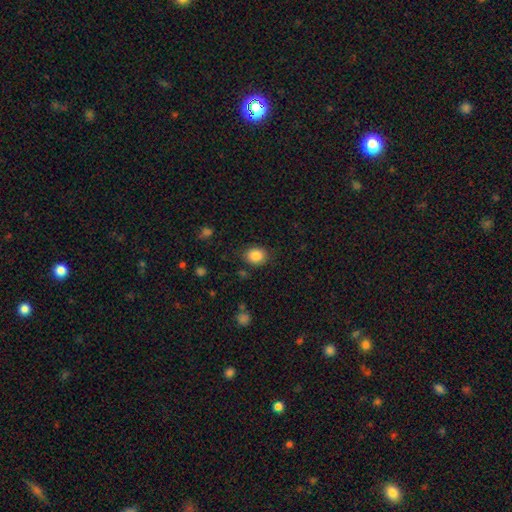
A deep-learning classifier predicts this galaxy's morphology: The model was most divided on "how rounded": round: 60%, in between: 39%, cigar-shaped: 1%. More confident: smooth or featured — smooth (86%); merging — none (85%).